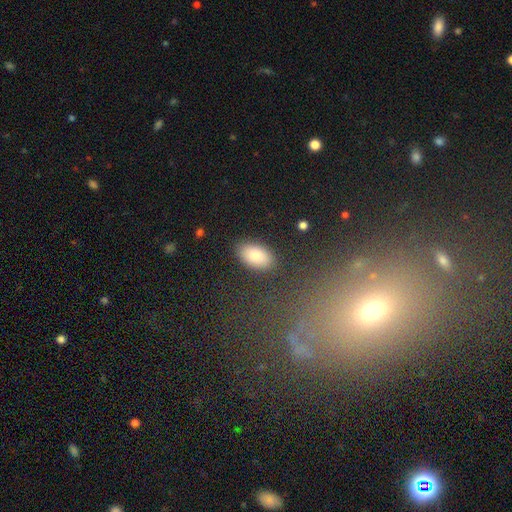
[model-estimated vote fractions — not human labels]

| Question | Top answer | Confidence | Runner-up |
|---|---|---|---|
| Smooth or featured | smooth | 83% | featured or disk (9%) |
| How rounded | in between | 93% | round (5%) |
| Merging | none | 86% | minor disturbance (9%) |